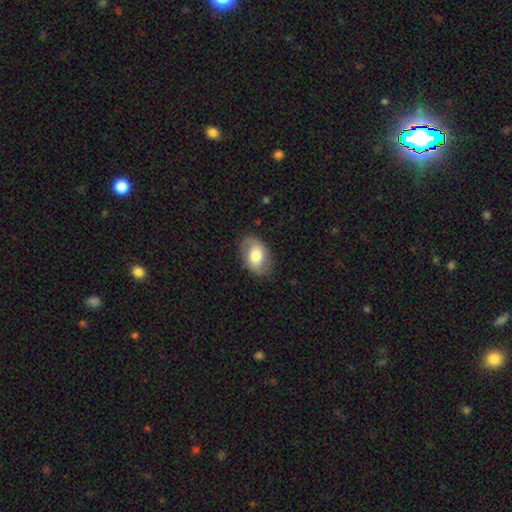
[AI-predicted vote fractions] smooth 60%, featured or disk 33%, star or artifact 7%. Down the decision tree: how rounded — in between (86%); merging — none (80%).